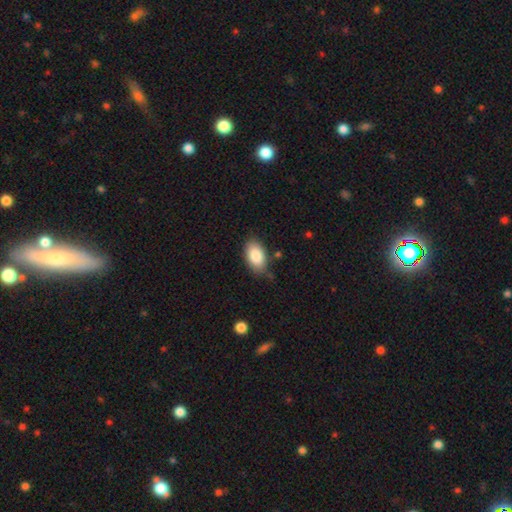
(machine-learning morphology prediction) A smooth galaxy with no disk features (86%) that is in between round and cigar-shaped (93%).

Vote fractions:
- Smooth or featured? smooth: 86% / featured or disk: 7% / star or artifact: 7%
- How rounded? in between: 93% / round: 5% / cigar-shaped: 2%
- Merging? none: 79% / minor disturbance: 16% / major disturbance: 3% / merger: 2%